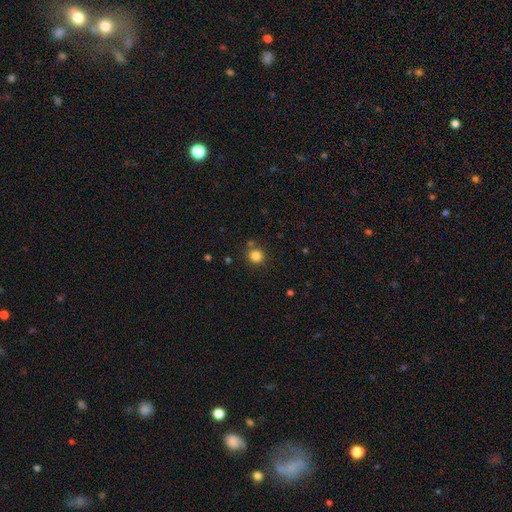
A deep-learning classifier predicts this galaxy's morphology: A smooth galaxy with no disk features (83%) that is round (88%).

Vote fractions:
- Smooth or featured? smooth: 83% / star or artifact: 12% / featured or disk: 4%
- How rounded? round: 88% / in between: 11% / cigar-shaped: 1%
- Merging? none: 82% / minor disturbance: 9% / merger: 6% / major disturbance: 3%